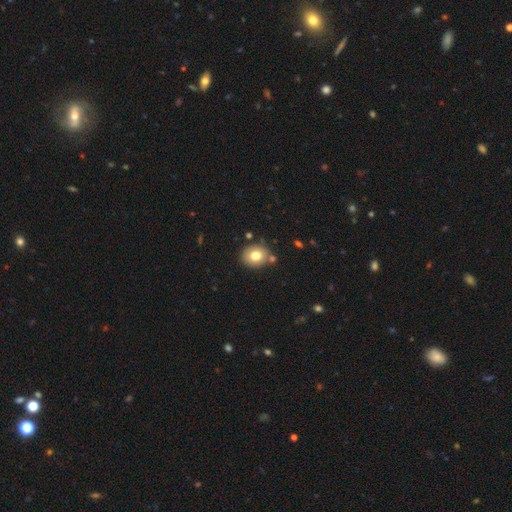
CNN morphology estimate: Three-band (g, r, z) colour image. It shows a smooth galaxy with no disk features (77%) that is round (65%). Merging: none (77%).